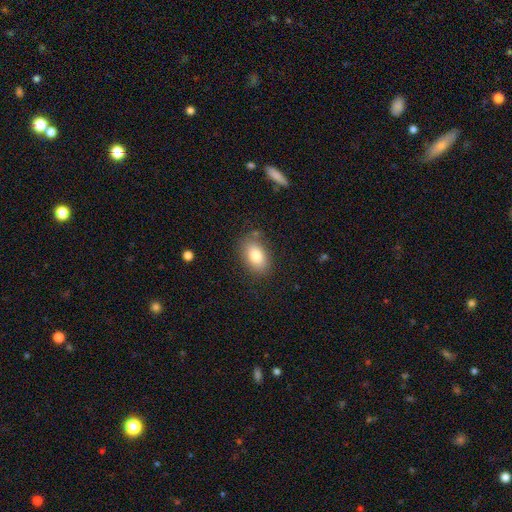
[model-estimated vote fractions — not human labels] Smooth or featured? smooth (82%)
How rounded? in between (89%)
Merging? none (81%)